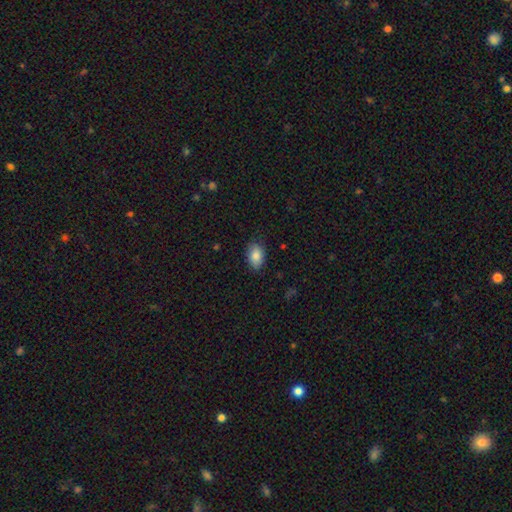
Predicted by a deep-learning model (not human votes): Smooth or featured: smooth — 86% (star or artifact — 7%)
How rounded: in between — 89% (round — 9%)
Merging: none — 83% (minor disturbance — 13%)